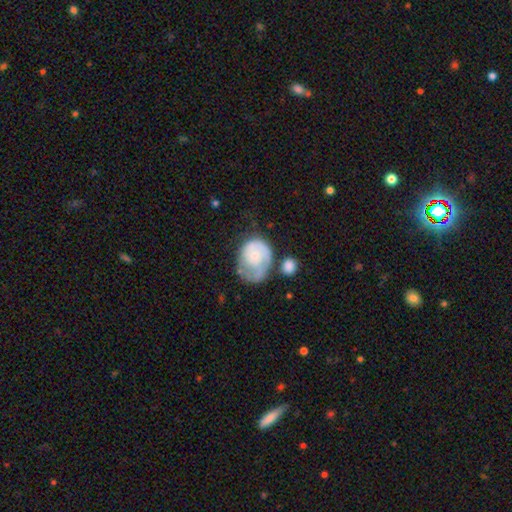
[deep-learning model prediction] Morphology: type=featured or disk (50%); merging=major disturbance (32%).